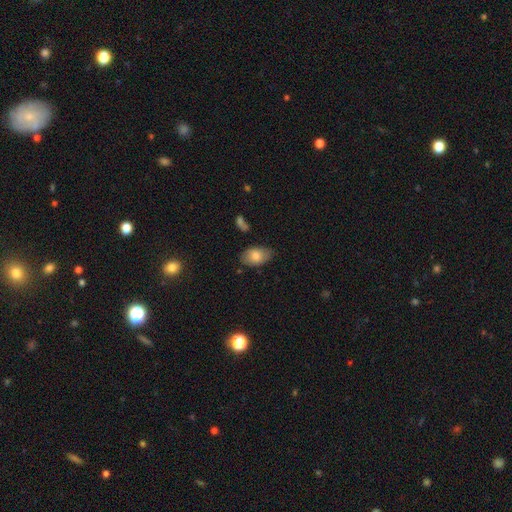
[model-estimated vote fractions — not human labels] This appears to be a smooth galaxy with no disk features (78%) that is in between round and cigar-shaped (92%). Merging: none (76%).